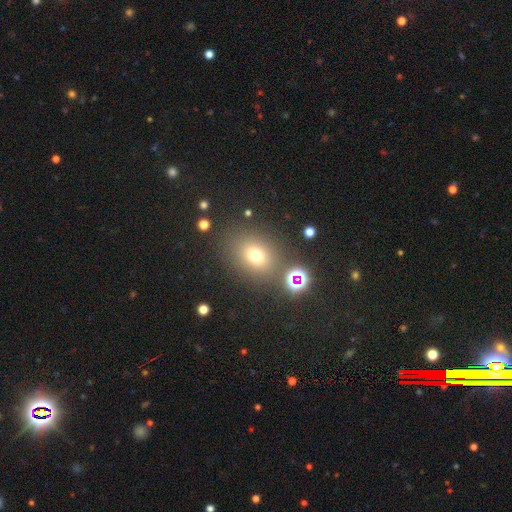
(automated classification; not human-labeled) This is likely a smooth galaxy (69%). How rounded: possibly round (57%). Merging: likely none (79%).